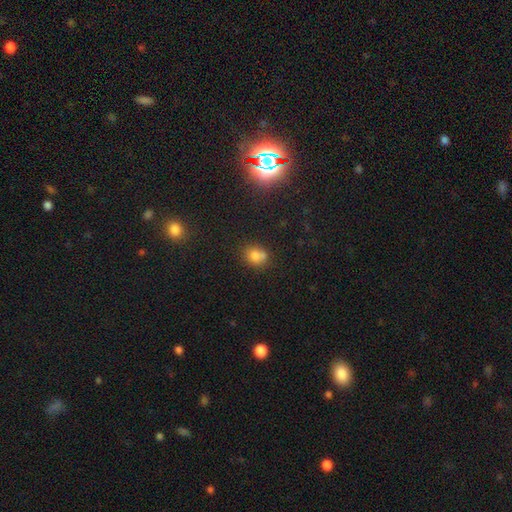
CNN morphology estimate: Q: Smooth or featured?
A: smooth (75%); runner-up: star or artifact (14%)
Q: How rounded?
A: round (63%); runner-up: in between (36%)
Q: Merging?
A: none (49%); runner-up: merger (34%)